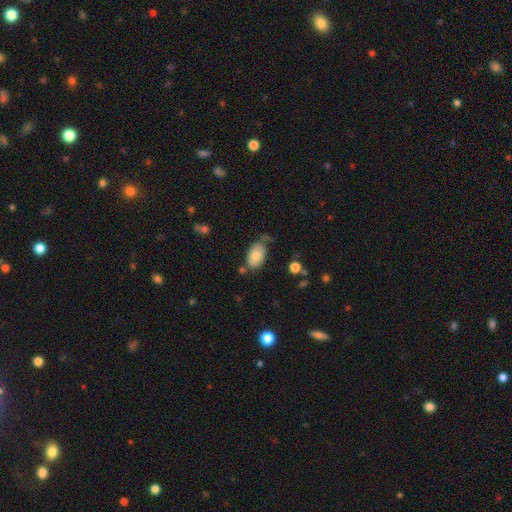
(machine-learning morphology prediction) Smooth or featured? Predicted: smooth (p=0.80). How rounded? Predicted: in between (p=0.91). Merging? Predicted: none (p=0.56).